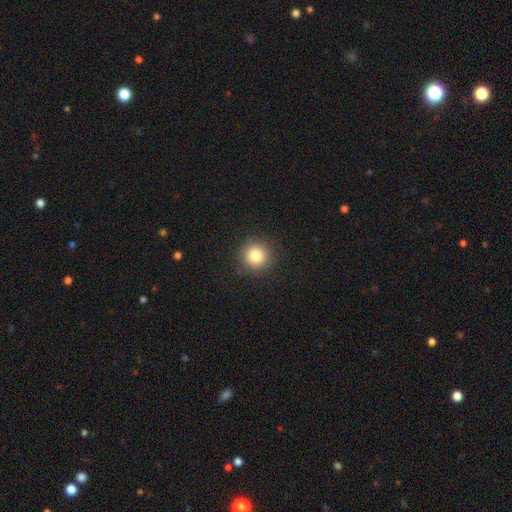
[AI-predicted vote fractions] smooth 82%, star or artifact 11%, featured or disk 7%. Down the decision tree: how rounded — round (94%); merging — none (91%).